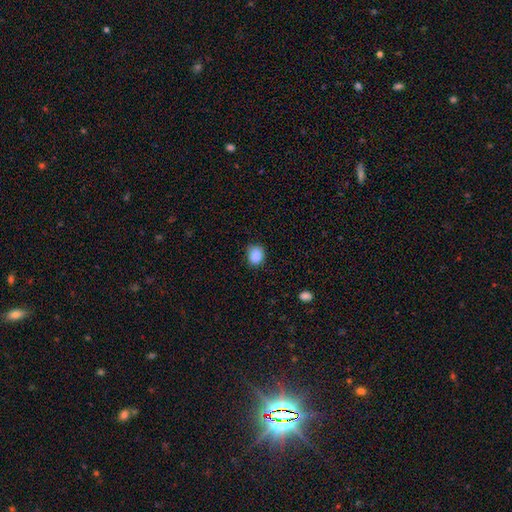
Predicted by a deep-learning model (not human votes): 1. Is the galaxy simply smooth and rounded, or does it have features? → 87% smooth, 9% star or artifact, 3% featured or disk.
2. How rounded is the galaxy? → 66% round, 33% in between, 1% cigar-shaped.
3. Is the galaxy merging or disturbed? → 73% none, 21% minor disturbance, 4% major disturbance, 1% merger.